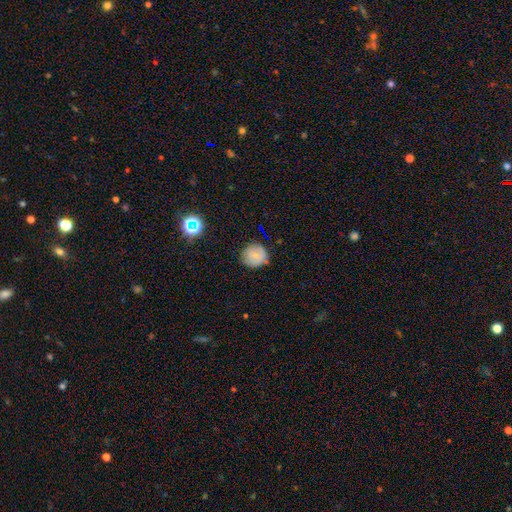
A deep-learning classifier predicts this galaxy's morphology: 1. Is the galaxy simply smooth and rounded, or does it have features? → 69% smooth, 20% featured or disk, 11% star or artifact.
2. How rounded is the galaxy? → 89% round, 10% in between, 1% cigar-shaped.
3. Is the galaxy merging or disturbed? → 78% none, 18% minor disturbance, 4% major disturbance, 1% merger.